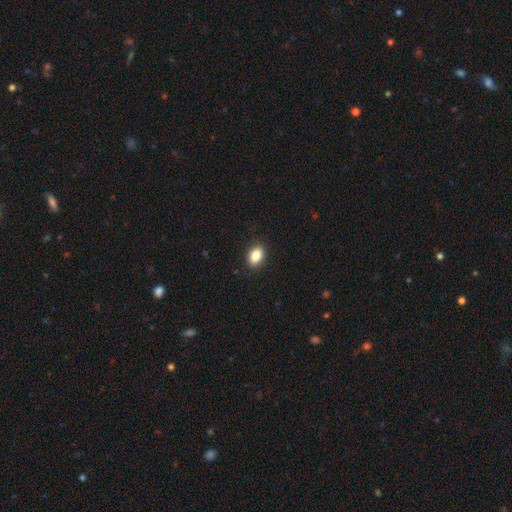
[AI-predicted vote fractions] A smooth galaxy with no disk features (86%) that is in between round and cigar-shaped (81%). Merging: none (89%).